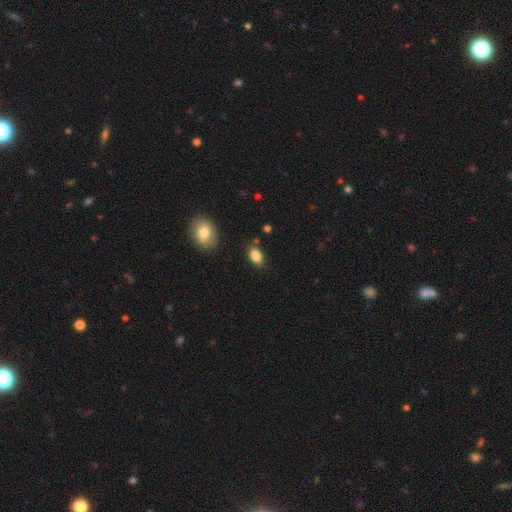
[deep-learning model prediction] Morphology: type=smooth (86%); roundness=in between (88%); merging=none (79%).